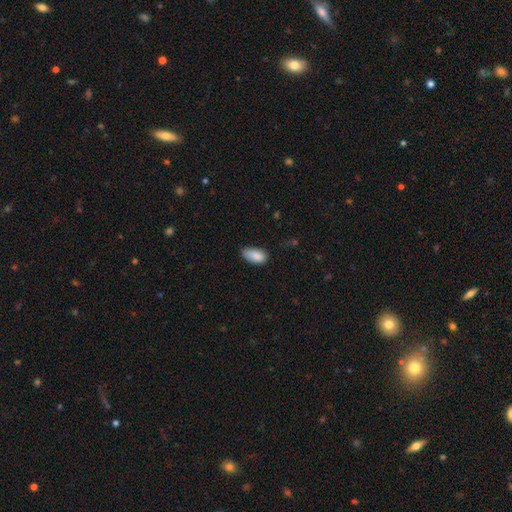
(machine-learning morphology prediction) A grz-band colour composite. It shows a smooth galaxy with no disk features (87%) that is in between round and cigar-shaped (93%). Merging: none (61%).